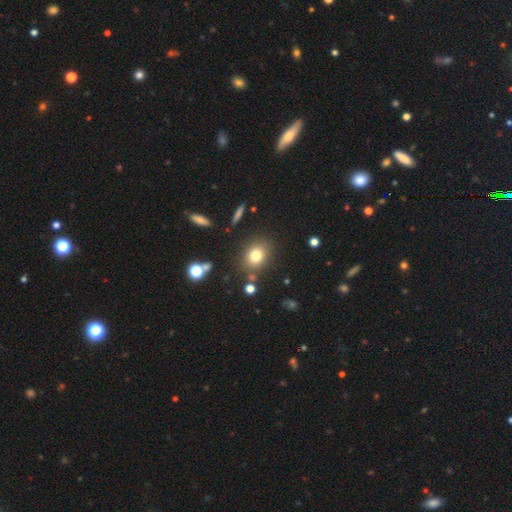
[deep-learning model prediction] Smooth or featured: smooth — 77% (star or artifact — 13%)
How rounded: round — 55% (in between — 43%)
Merging: none — 80% (minor disturbance — 11%)